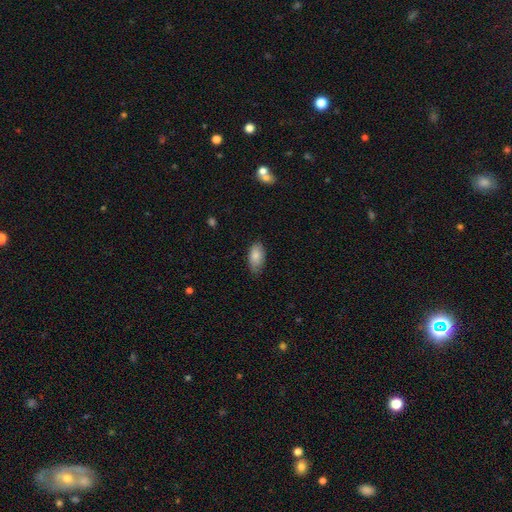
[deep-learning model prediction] This appears to be a smooth galaxy with no disk features (84%) that is in between round and cigar-shaped (92%). Merging: none (76%).